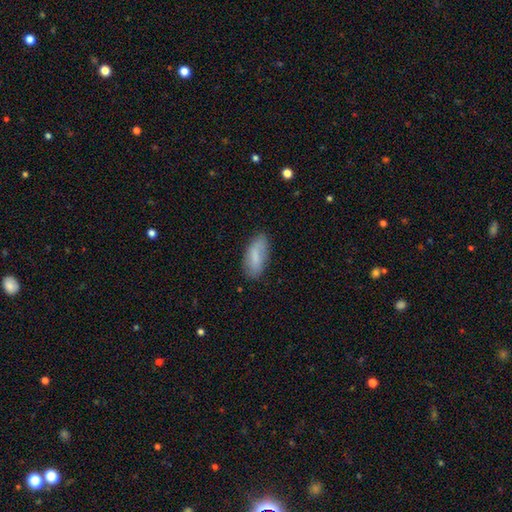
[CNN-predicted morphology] Overall: smooth (74%). How rounded: in between (86%). Merging: none (76%).